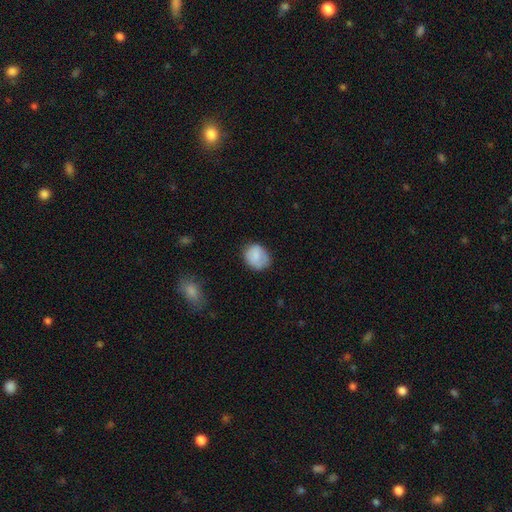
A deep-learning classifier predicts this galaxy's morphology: smooth_or_featured: smooth (p=0.82) [alt: featured or disk p=0.10]
how_rounded: round (p=0.62) [alt: in between p=0.37]
merging: none (p=0.70) [alt: minor disturbance p=0.23]